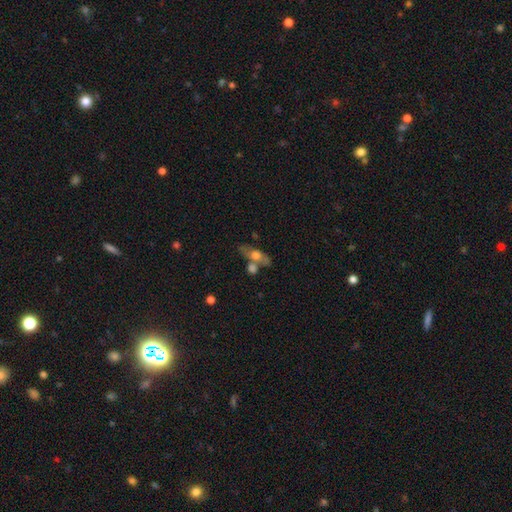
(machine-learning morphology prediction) A smooth galaxy with no disk features (47%). Merging: none (49%).